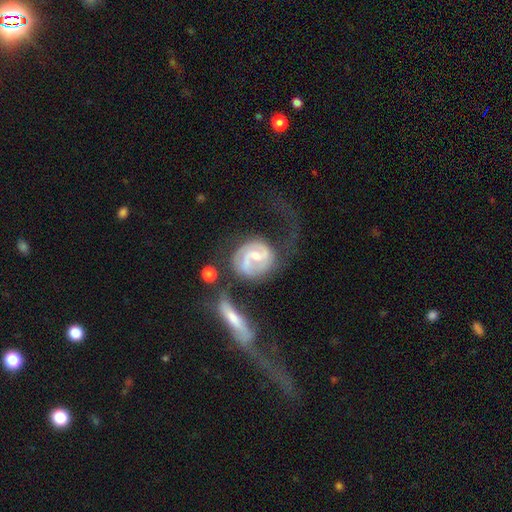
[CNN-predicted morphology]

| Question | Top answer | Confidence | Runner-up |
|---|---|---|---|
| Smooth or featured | featured or disk | 84% | smooth (11%) |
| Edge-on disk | no | 97% | yes (3%) |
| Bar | weak | 51% | no (25%) |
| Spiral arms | yes | 95% | no (5%) |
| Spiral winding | medium | 42% | tight (39%) |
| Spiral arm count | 2 | 78% | can't tell (10%) |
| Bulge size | small | 50% | moderate (42%) |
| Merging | none | 39% | major disturbance (24%) |